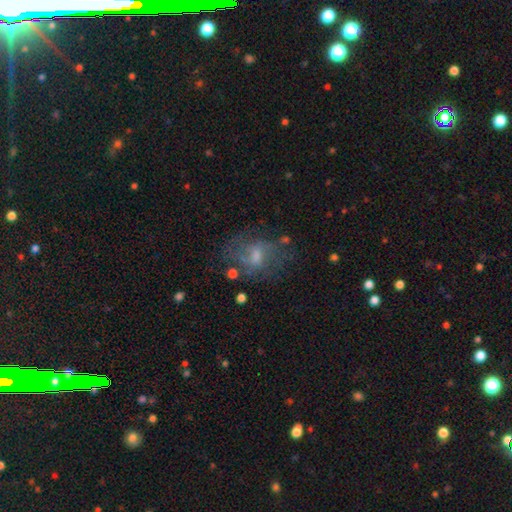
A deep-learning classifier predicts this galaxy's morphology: Smooth or featured: featured or disk — 49% (smooth — 40%)
Merging: none — 50% (major disturbance — 23%)